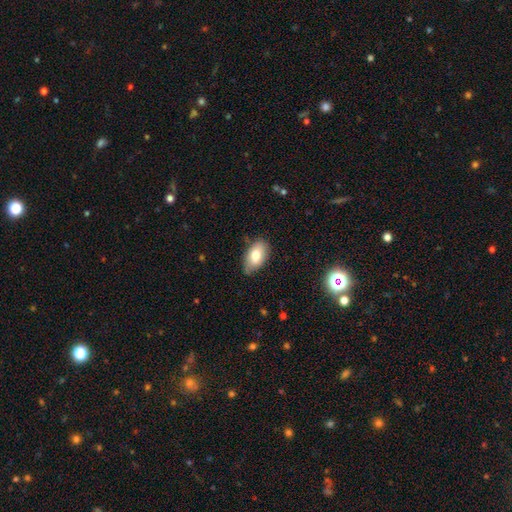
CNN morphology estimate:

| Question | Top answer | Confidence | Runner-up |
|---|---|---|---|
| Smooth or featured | smooth | 77% | featured or disk (16%) |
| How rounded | in between | 93% | round (5%) |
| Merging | none | 75% | minor disturbance (20%) |